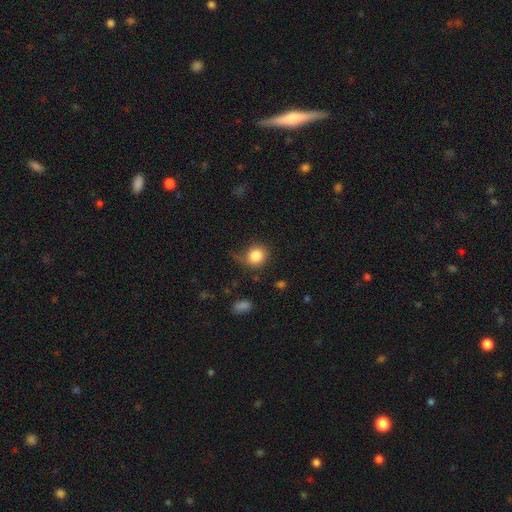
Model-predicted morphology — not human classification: Smooth or featured? Predicted: smooth (p=0.84). How rounded? Predicted: round (p=0.78). Merging? Predicted: none (p=0.53).